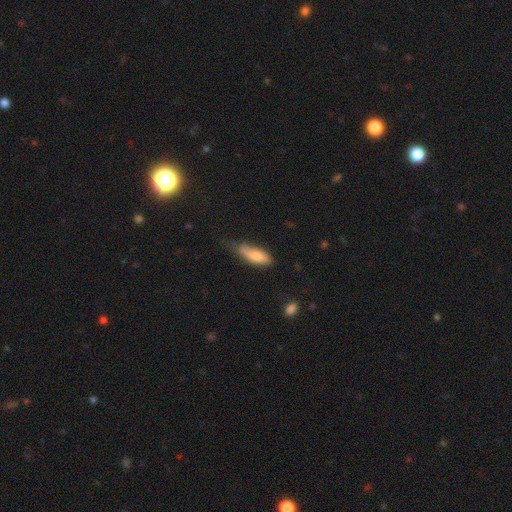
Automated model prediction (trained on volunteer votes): A smooth galaxy with no disk features (79%) that is in between round and cigar-shaped (59%). Merging: minor disturbance (42%).